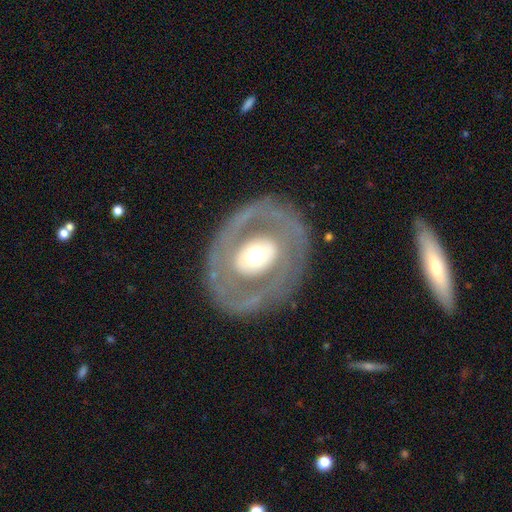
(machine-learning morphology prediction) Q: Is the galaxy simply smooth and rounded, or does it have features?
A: featured or disk — 69%.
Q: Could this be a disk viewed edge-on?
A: no — 94%.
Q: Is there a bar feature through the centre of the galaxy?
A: no — 72%.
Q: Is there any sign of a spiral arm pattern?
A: no — 68%.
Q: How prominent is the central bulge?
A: moderate — 58%.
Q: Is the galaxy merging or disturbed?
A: none — 79%.